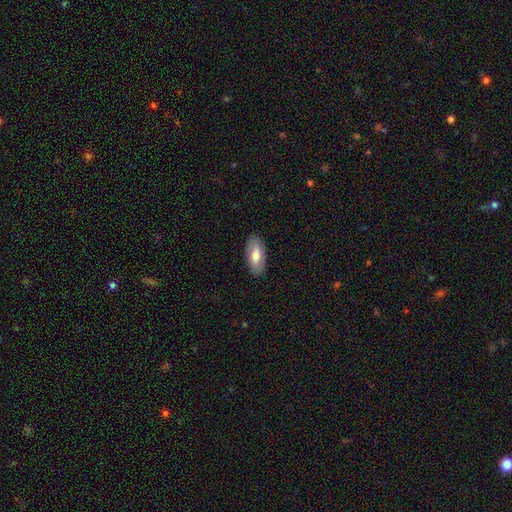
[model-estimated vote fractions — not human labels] A smooth galaxy with no disk features (64%) that is in between round and cigar-shaped (90%).

Vote fractions:
- Smooth or featured? smooth: 64% / featured or disk: 31% / star or artifact: 6%
- How rounded? in between: 90% / cigar-shaped: 7% / round: 2%
- Merging? none: 88% / minor disturbance: 9% / major disturbance: 2% / merger: 1%